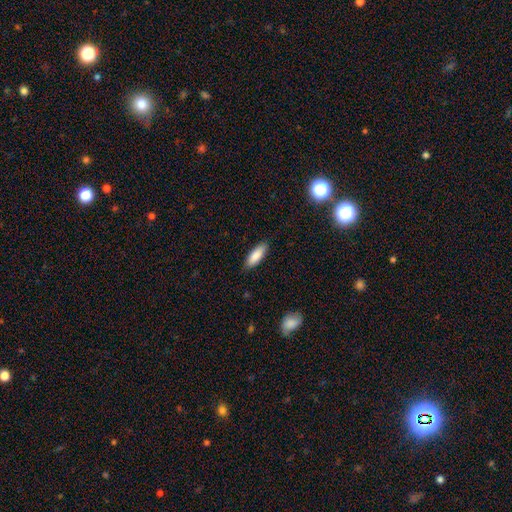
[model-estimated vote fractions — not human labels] This is clearly a smooth galaxy (87%). How rounded: likely in between (65%). Merging: clearly none (86%).